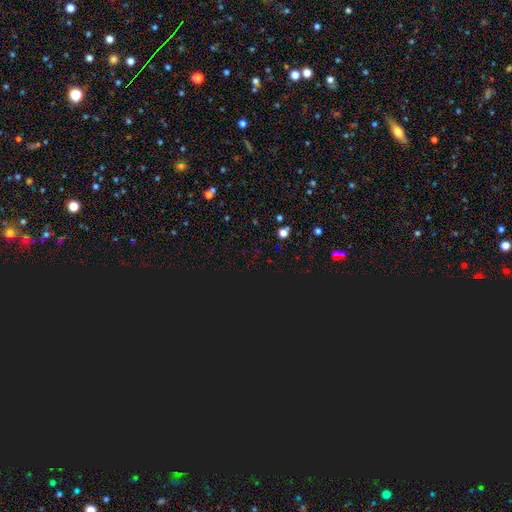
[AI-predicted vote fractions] smooth-or-featured: star or artifact: 70% | smooth: 23% | featured or disk: 6%